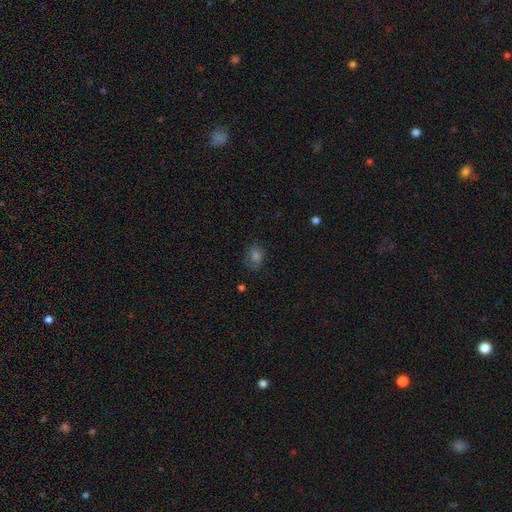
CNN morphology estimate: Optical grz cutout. It shows a smooth galaxy with no disk features (61%) that is in between round and cigar-shaped (58%). Merging: none (73%).